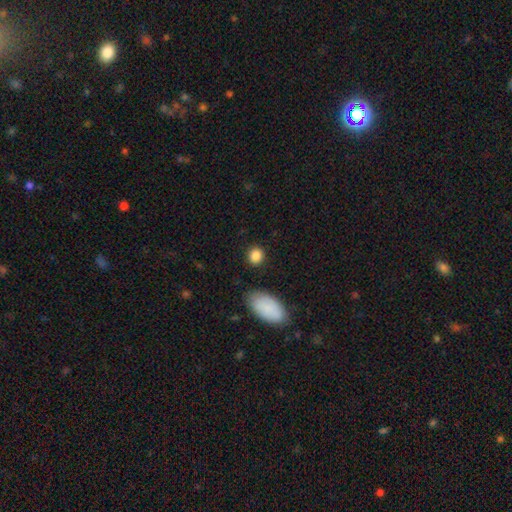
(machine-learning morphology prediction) A smooth galaxy with no disk features (86%) that is round (80%). Merging: none (87%).